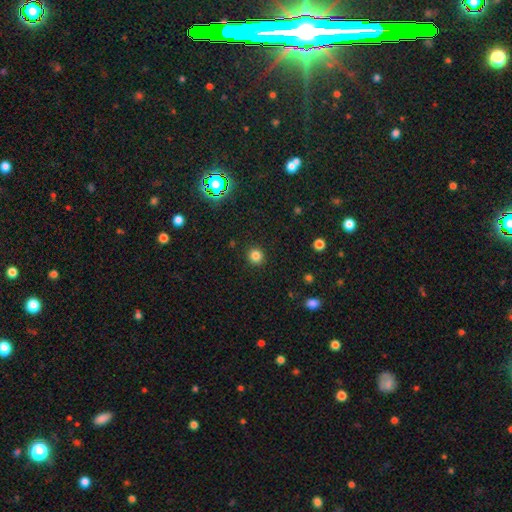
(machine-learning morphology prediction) The model was most divided on "smooth or featured": smooth: 82%, star or artifact: 14%, featured or disk: 4%. More confident: how rounded — round (93%); merging — none (92%).